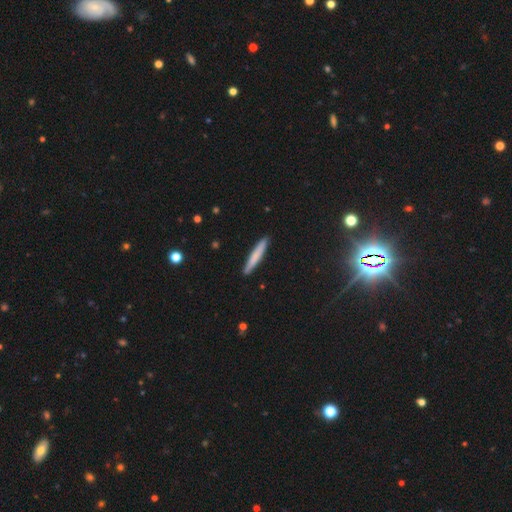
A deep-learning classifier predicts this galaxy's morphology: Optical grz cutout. It shows a smooth galaxy with no disk features (73%) that is cigar-shaped (95%). Merging: none (91%).